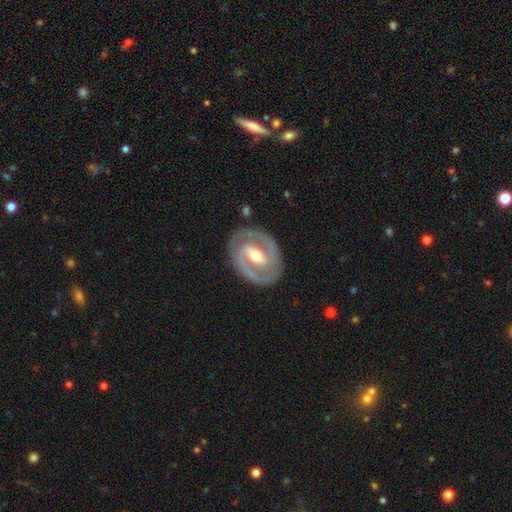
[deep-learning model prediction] Overall: featured or disk (87%). Edge-on disk: no (96%). Bar: strong (46%; weak 38%). Spiral arms: yes (89%). Spiral arm count: 2 (88%). Spiral winding: tight (55%; medium 38%). Bulge size: moderate (68%). Merging: none (84%).